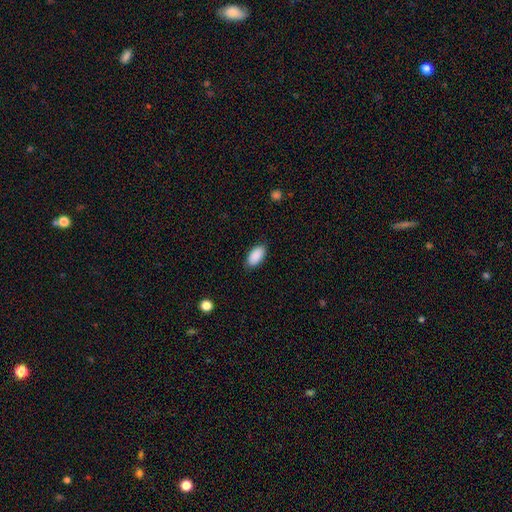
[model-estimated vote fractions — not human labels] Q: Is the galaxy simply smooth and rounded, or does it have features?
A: smooth — 91%.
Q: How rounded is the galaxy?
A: in between — 94%.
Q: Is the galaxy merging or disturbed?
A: none — 87%.